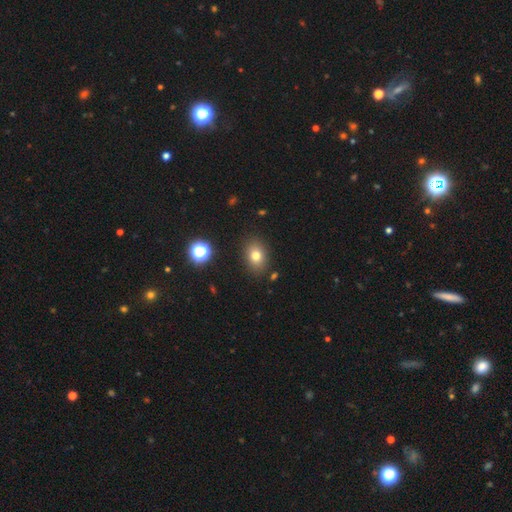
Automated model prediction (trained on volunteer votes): smooth_or_featured: smooth (p=0.78) [alt: star or artifact p=0.13]
how_rounded: in between (p=0.66) [alt: round p=0.33]
merging: none (p=0.86) [alt: minor disturbance p=0.09]